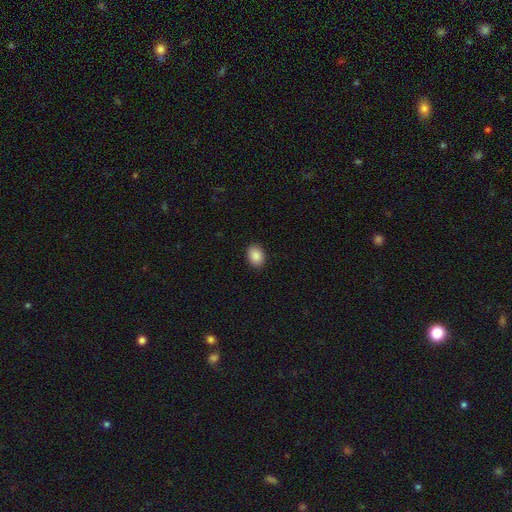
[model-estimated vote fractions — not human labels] Smooth or featured? smooth (89%)
How rounded? in between (73%)
Merging? none (90%)